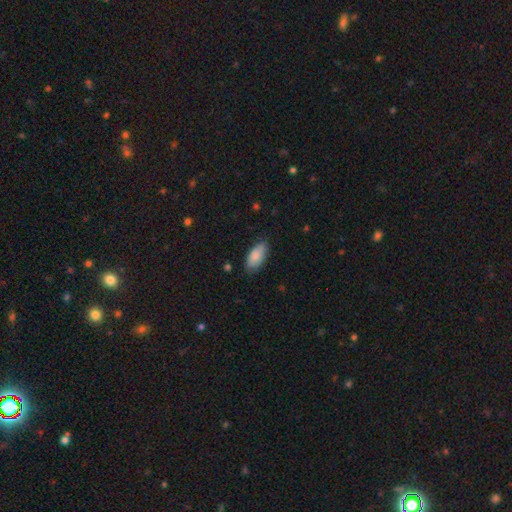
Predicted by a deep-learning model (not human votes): Q: Smooth or featured?
A: smooth (87%); runner-up: featured or disk (7%)
Q: How rounded?
A: in between (90%); runner-up: cigar-shaped (8%)
Q: Merging?
A: none (79%); runner-up: minor disturbance (17%)